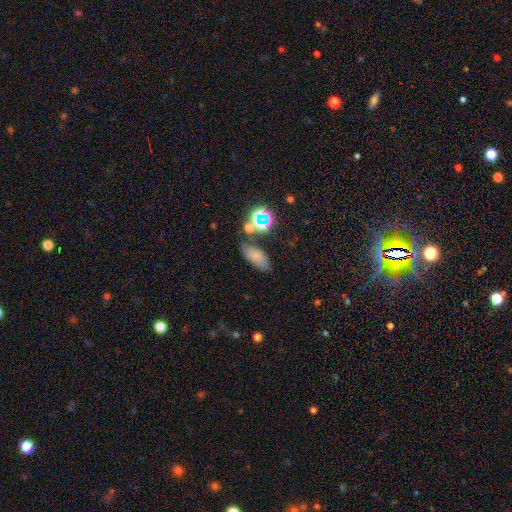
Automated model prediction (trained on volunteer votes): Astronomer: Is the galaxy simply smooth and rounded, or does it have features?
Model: smooth — 72%.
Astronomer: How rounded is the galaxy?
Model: in between — 82%.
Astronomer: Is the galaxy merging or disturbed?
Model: none — 72%.